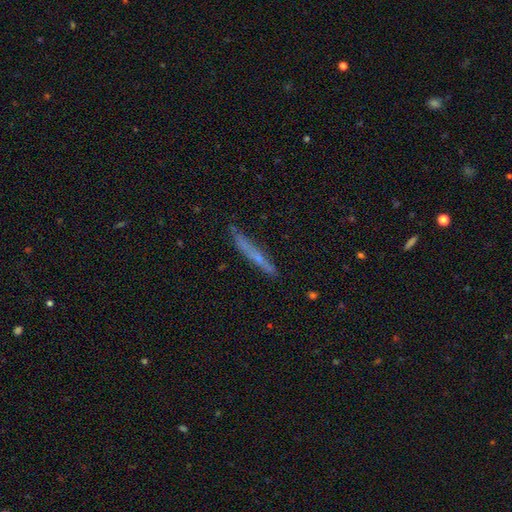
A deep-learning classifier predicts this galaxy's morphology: Smooth or featured? Predicted: featured or disk (p=0.46). Merging? Predicted: none (p=0.83).